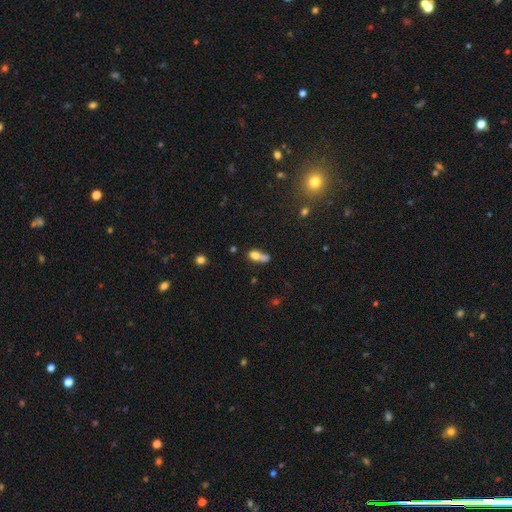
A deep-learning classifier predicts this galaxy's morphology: Overall: smooth (70%). How rounded: in between (66%). Merging: merger (51%; none 24%).